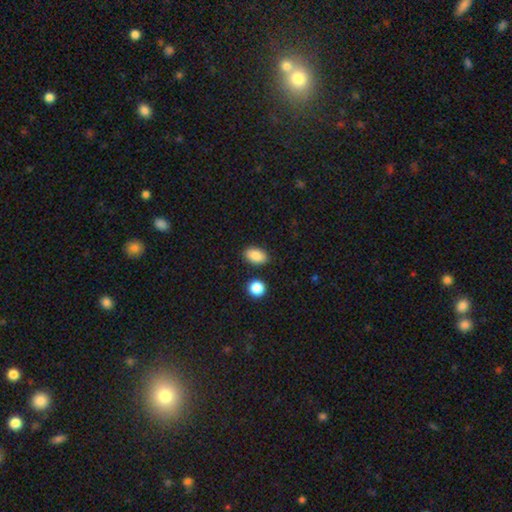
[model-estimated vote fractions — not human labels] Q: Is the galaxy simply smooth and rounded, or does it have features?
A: smooth — 88%.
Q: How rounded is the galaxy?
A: in between — 89%.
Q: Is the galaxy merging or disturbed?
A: none — 85%.